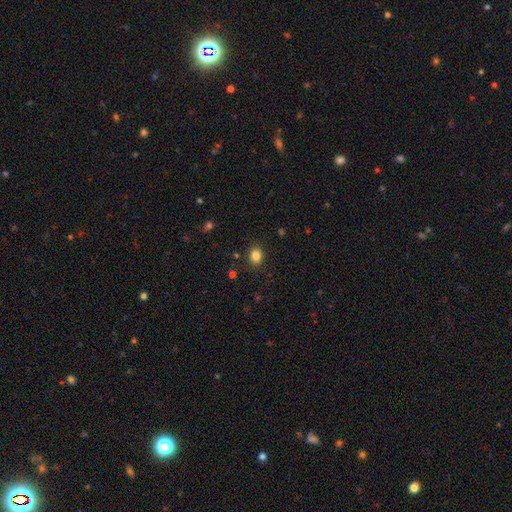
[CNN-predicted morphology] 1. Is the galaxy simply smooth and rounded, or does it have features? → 85% smooth, 11% star or artifact, 4% featured or disk.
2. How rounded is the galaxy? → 53% round, 46% in between, 1% cigar-shaped.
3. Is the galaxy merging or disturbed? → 87% none, 9% minor disturbance, 3% major disturbance, 1% merger.